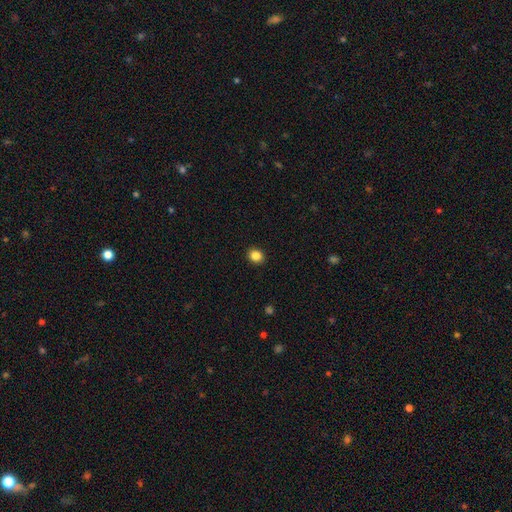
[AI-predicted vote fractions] smooth 85%, star or artifact 11%, featured or disk 4%. Down the decision tree: how rounded — round (73%); merging — none (92%).